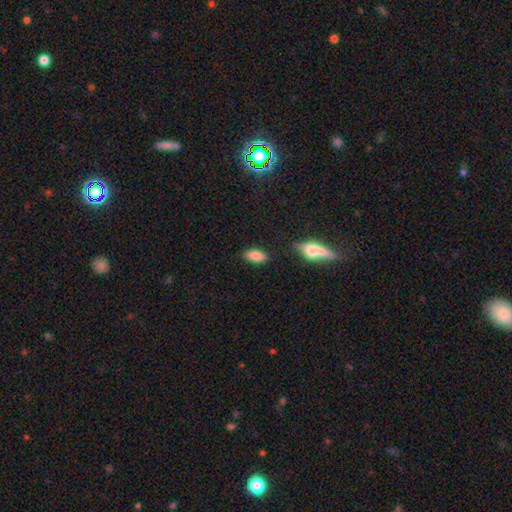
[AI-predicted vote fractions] smooth-or-featured: smooth: 83% | featured or disk: 9% | star or artifact: 8%
  how-rounded: in between: 89% | cigar-shaped: 8% | round: 3%
  merging: none: 82% | minor disturbance: 11% | merger: 4% | major disturbance: 3%